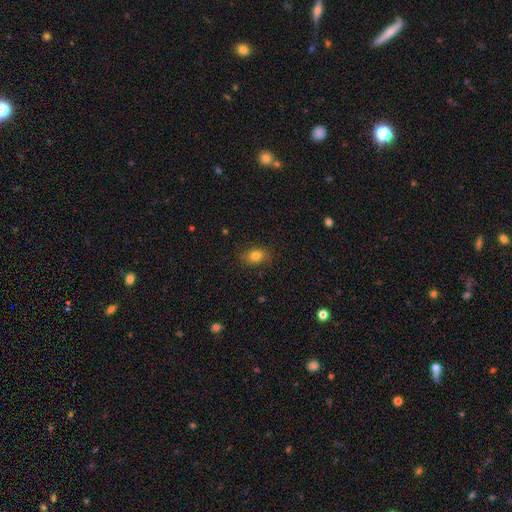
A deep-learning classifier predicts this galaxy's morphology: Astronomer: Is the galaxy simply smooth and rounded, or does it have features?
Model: smooth — 82%.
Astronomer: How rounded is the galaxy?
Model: in between — 65%.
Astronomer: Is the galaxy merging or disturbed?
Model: none — 83%.